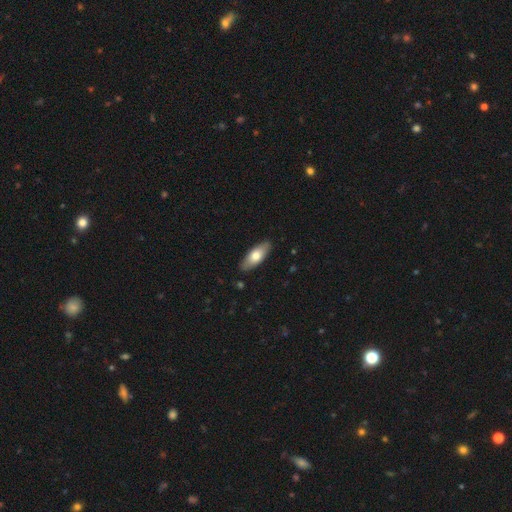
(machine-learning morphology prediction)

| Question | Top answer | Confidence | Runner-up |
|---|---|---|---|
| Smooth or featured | smooth | 69% | featured or disk (26%) |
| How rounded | in between | 77% | cigar-shaped (21%) |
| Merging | none | 87% | minor disturbance (10%) |